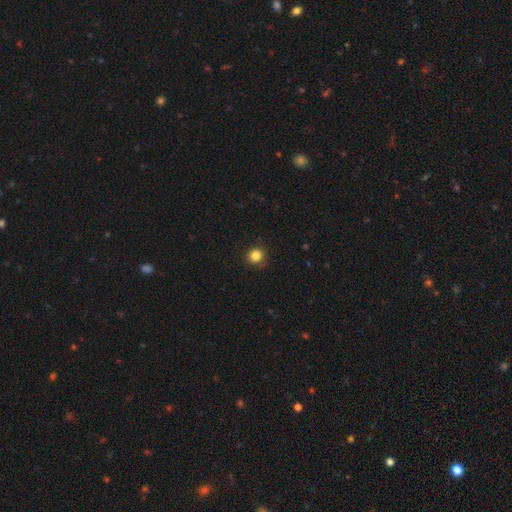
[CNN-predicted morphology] Overall: smooth (84%). How rounded: round (93%). Merging: none (91%).